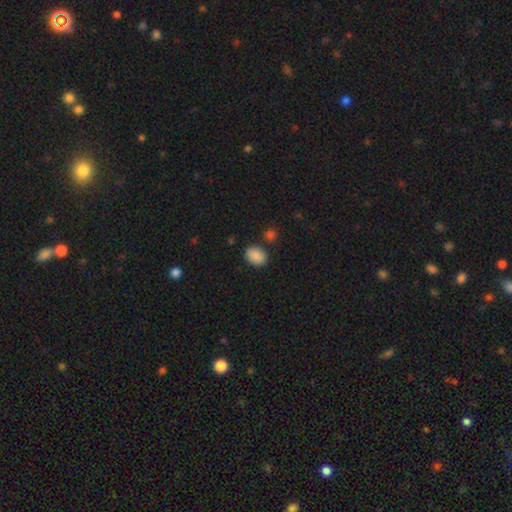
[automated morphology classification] This appears to be a smooth galaxy with no disk features (88%) that is in between round and cigar-shaped (78%). Merging: none (80%).